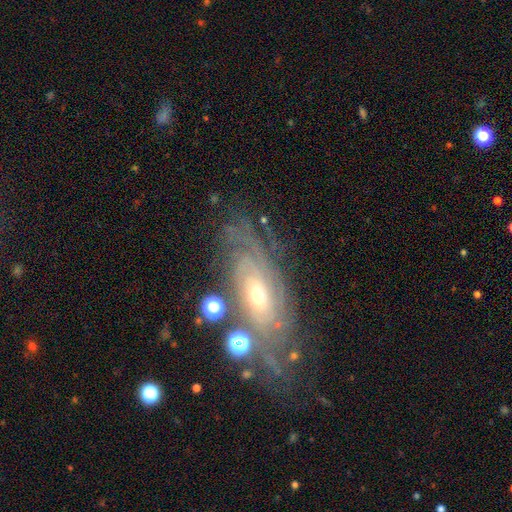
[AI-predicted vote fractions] Smooth or featured? featured or disk (82%)
Edge-on disk? no (89%)
Bar? no (70%)
Spiral arms? yes (92%)
Spiral winding? tight (76%)
Spiral arm count? can't tell (52%)
Bulge size? small (55%)
Merging? none (70%)